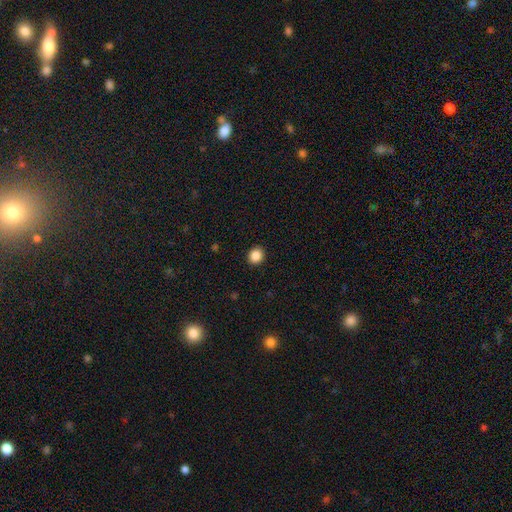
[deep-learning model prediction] A smooth galaxy with no disk features (87%) that is round (83%). Merging: none (92%).